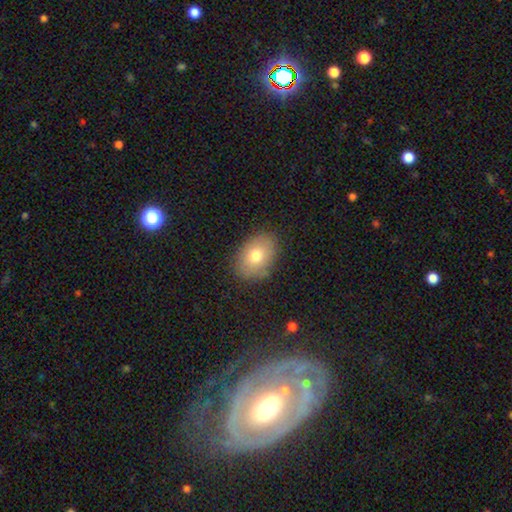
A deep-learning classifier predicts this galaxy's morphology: The model was most divided on "smooth or featured": smooth: 73%, featured or disk: 17%, star or artifact: 9%. More confident: merging — none (84%); how rounded — in between (79%).